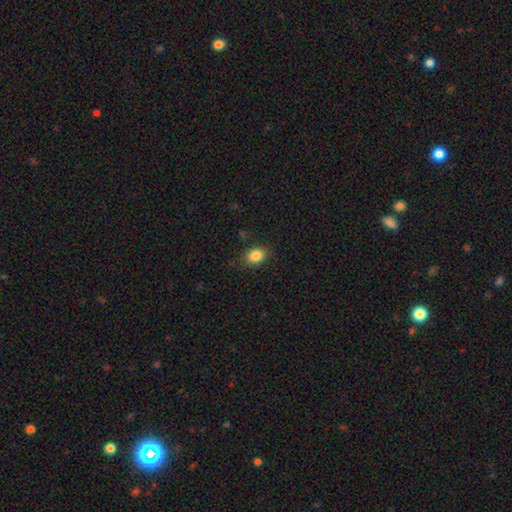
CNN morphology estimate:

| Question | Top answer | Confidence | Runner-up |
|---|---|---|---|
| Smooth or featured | smooth | 85% | star or artifact (10%) |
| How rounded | in between | 65% | round (34%) |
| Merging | none | 84% | minor disturbance (12%) |